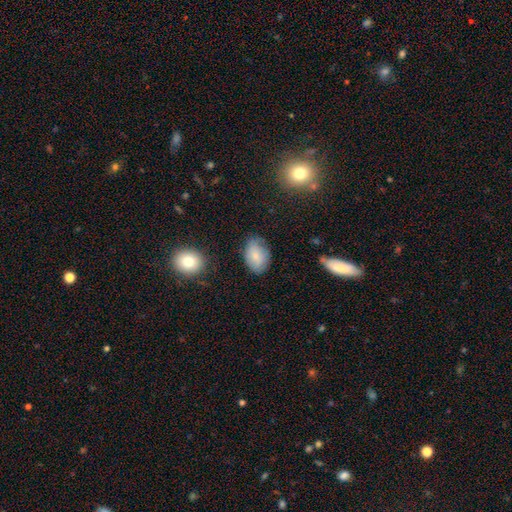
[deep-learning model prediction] Morphology: type=smooth (76%); roundness=in between (84%); merging=none (68%).